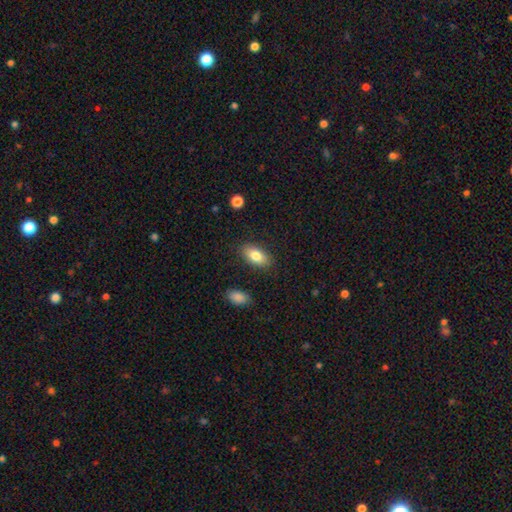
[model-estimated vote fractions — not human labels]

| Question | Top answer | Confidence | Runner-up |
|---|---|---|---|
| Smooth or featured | smooth | 81% | featured or disk (12%) |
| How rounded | in between | 90% | cigar-shaped (6%) |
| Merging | none | 86% | minor disturbance (10%) |